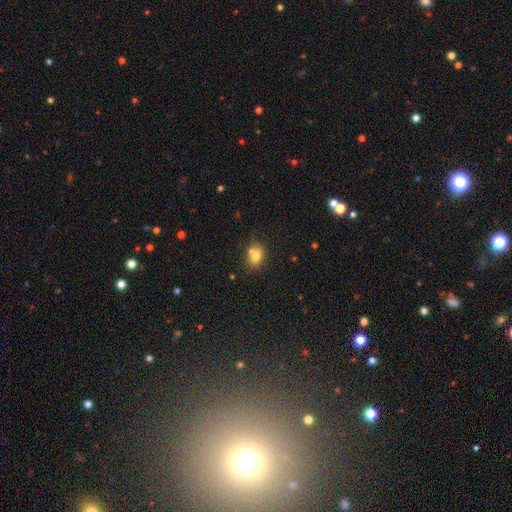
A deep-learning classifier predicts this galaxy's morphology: Smooth or featured?
  - smooth: 74% *
  - featured or disk: 14%
  - star or artifact: 12%
How rounded?
  - in between: 56% *
  - round: 43%
  - cigar-shaped: 1%
Merging?
  - none: 55% *
  - merger: 26%
  - minor disturbance: 14%
  - major disturbance: 4%